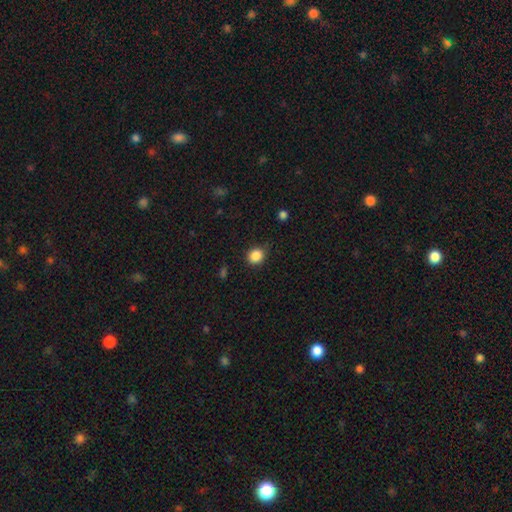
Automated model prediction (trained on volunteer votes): A smooth galaxy with no disk features (86%) that is round (76%). Merging: none (82%).